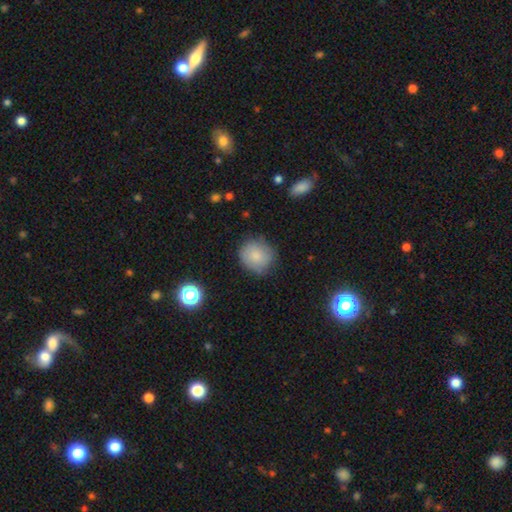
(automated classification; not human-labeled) This appears to be a smooth galaxy with no disk features (80%) that is round (85%). Merging: none (76%).